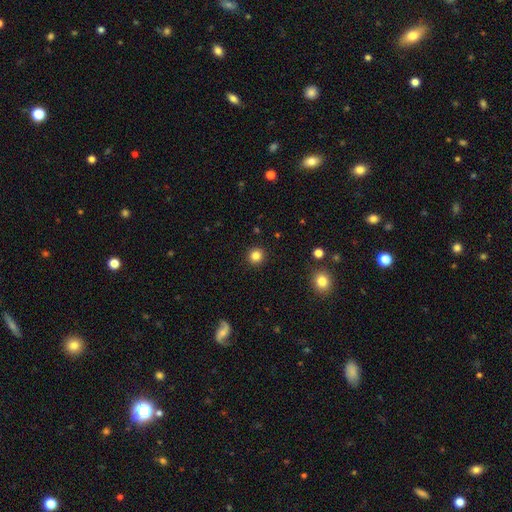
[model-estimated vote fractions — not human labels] smooth 83%, star or artifact 12%, featured or disk 5%. Down the decision tree: how rounded — round (94%); merging — none (92%).